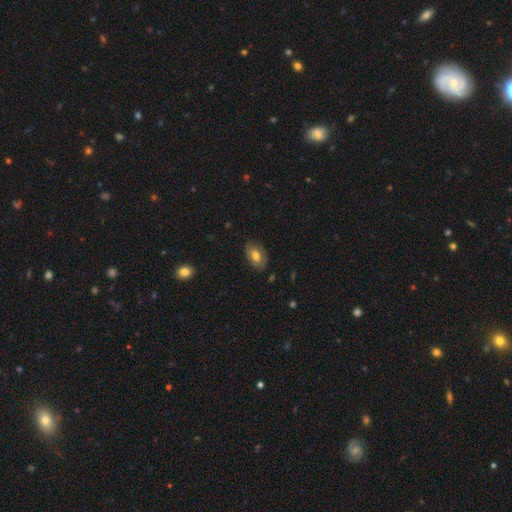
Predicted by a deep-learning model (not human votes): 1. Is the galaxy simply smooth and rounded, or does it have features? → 69% smooth, 23% featured or disk, 8% star or artifact.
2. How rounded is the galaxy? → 89% in between, 9% round, 2% cigar-shaped.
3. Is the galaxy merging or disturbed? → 81% none, 15% minor disturbance, 3% major disturbance, 1% merger.